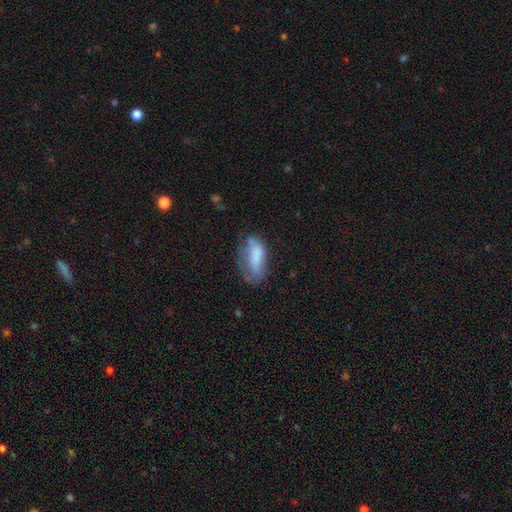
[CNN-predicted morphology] The model was most divided on "merging": none: 39%, minor disturbance: 32%, major disturbance: 24%, merger: 5%. More confident: how rounded — in between (82%); smooth or featured — smooth (68%).